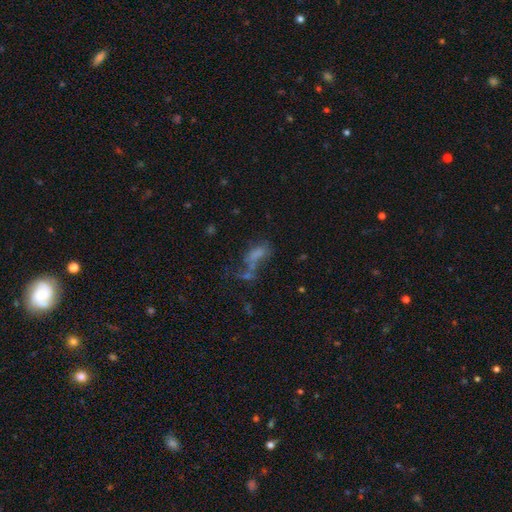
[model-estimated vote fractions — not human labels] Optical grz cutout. It shows a smooth galaxy with no disk features (54%) that is in between round and cigar-shaped (79%). Merging: merger (32%).